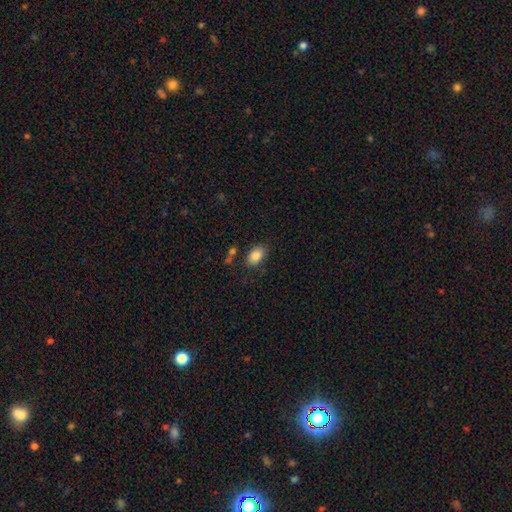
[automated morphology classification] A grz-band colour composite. It shows a smooth galaxy with no disk features (85%) that is in between round and cigar-shaped (89%). Merging: none (77%).